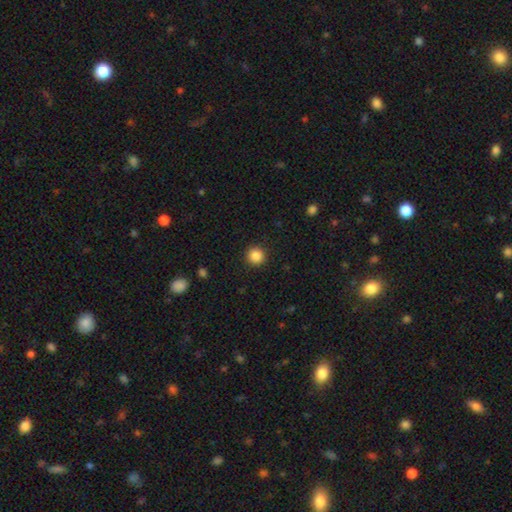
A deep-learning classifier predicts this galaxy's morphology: Smooth or featured? smooth (87%)
How rounded? round (95%)
Merging? none (92%)